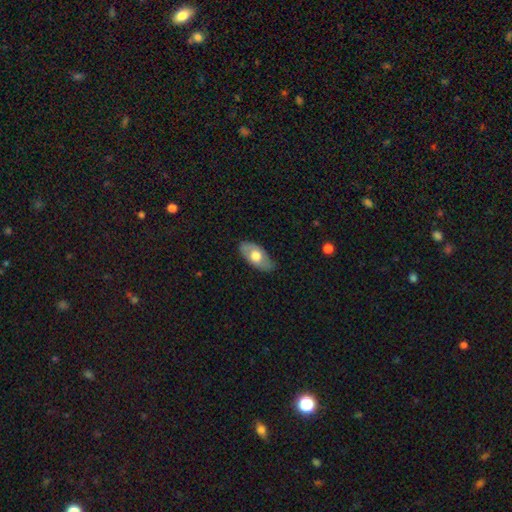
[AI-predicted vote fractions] This is likely a smooth galaxy (61%). How rounded: clearly in between (93%). Merging: clearly none (80%).